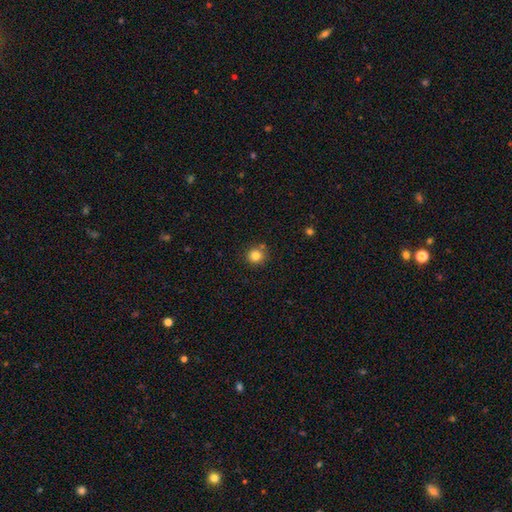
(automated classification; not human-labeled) Smooth or featured: smooth — 82% (star or artifact — 12%)
How rounded: round — 92% (in between — 7%)
Merging: none — 82% (minor disturbance — 10%)